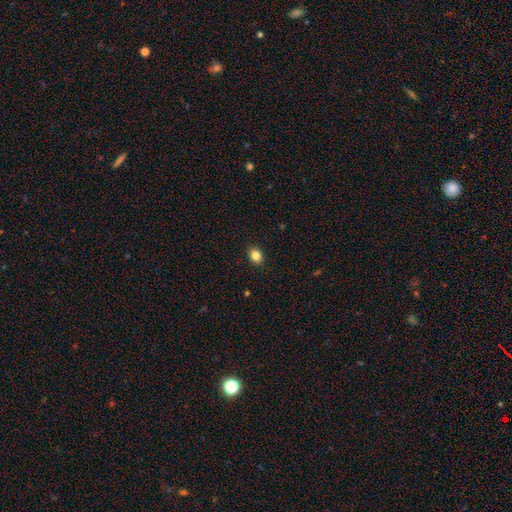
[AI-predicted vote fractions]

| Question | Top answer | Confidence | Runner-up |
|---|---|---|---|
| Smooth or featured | smooth | 85% | star or artifact (10%) |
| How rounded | in between | 53% | round (46%) |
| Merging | none | 91% | minor disturbance (7%) |